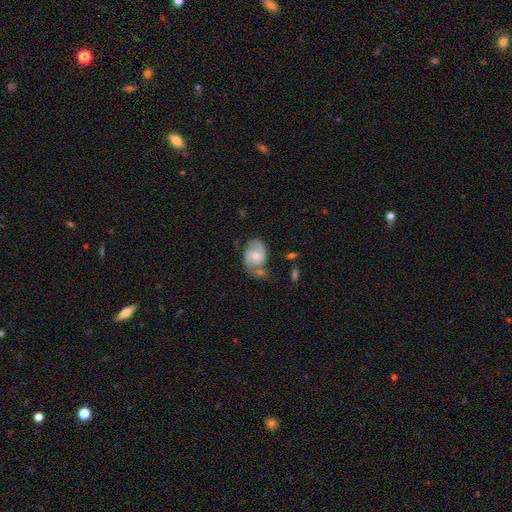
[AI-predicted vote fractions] Smooth or featured: featured or disk — 77% (smooth — 17%)
Edge-on disk: no — 98% (yes — 2%)
Bar: no — 55% (weak — 38%)
Spiral arms: yes — 94% (no — 6%)
Spiral winding: medium — 52% (tight — 28%)
Spiral arm count: 2 — 86% (can't tell — 6%)
Bulge size: moderate — 51% (small — 40%)
Merging: none — 50% (minor disturbance — 23%)